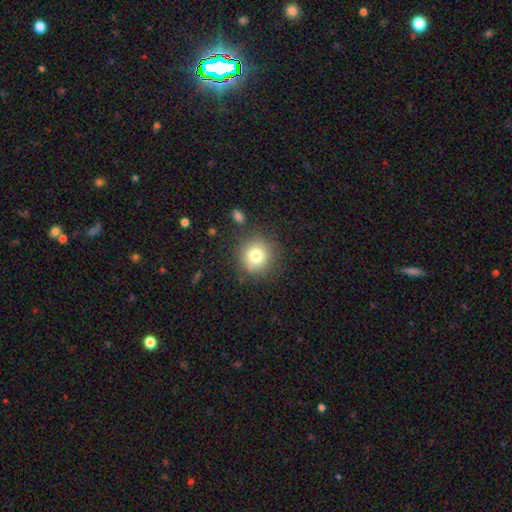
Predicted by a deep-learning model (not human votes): A smooth galaxy with no disk features (78%) that is round (92%). Merging: none (82%).